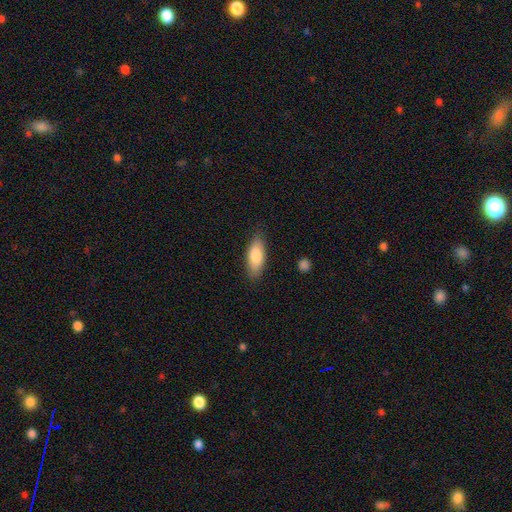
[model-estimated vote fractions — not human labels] This appears to be a smooth galaxy with no disk features (80%) that is in between round and cigar-shaped (74%). Merging: none (85%).